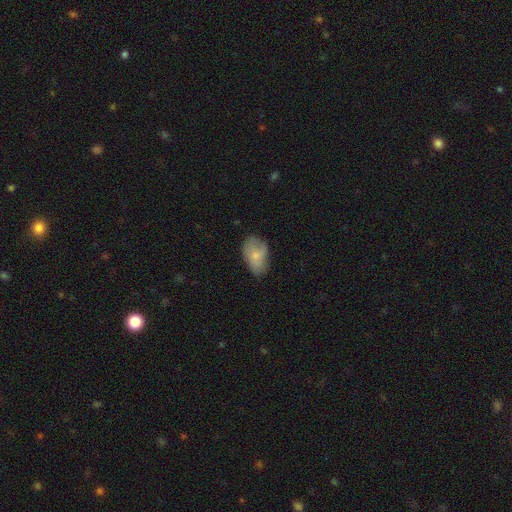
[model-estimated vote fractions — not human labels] A smooth galaxy with no disk features (72%) that is in between round and cigar-shaped (89%). Merging: none (56%).